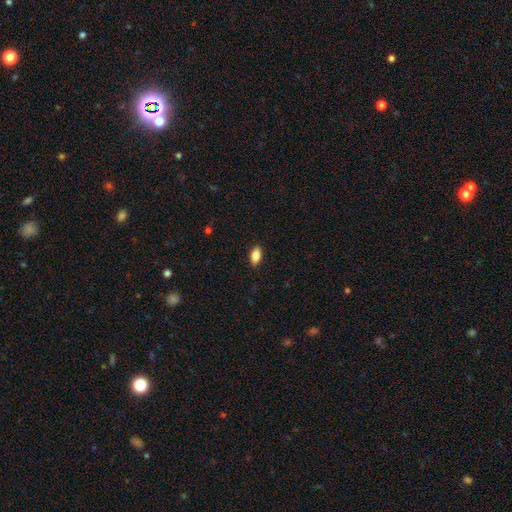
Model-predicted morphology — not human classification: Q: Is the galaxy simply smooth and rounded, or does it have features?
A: smooth — 84%.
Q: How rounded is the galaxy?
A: in between — 89%.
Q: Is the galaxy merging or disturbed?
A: none — 89%.